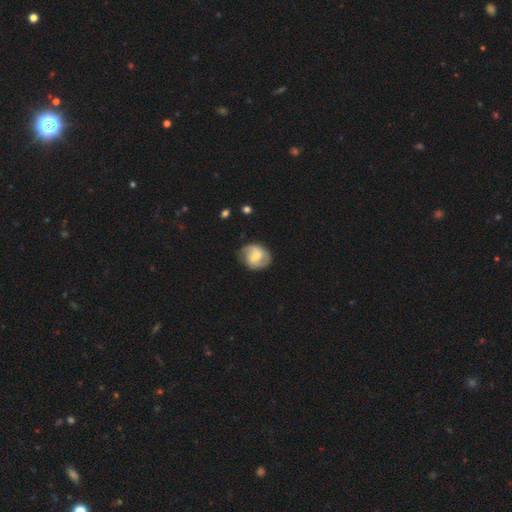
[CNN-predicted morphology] type=featured or disk (59%); edge-on=no (97%); bar=weak (49%); spiral arms=yes (83%); bulge=moderate (50%); merging=none (73%).